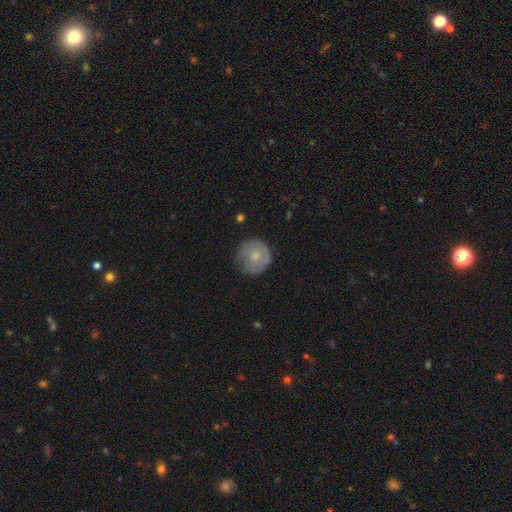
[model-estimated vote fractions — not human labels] Smooth or featured?
  - smooth: 66% *
  - featured or disk: 28%
  - star or artifact: 7%
How rounded?
  - round: 91% *
  - in between: 8%
  - cigar-shaped: 1%
Merging?
  - none: 68% *
  - minor disturbance: 23%
  - major disturbance: 7%
  - merger: 1%